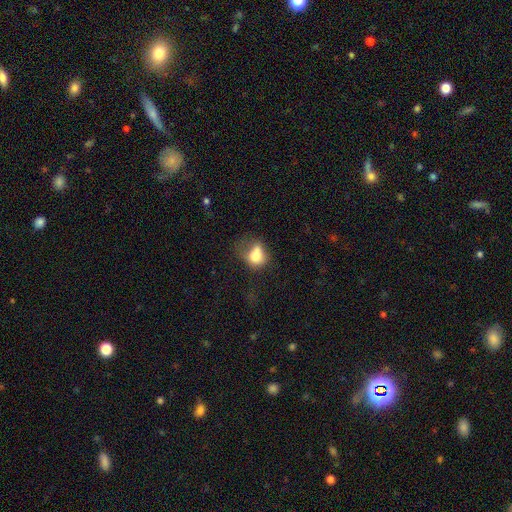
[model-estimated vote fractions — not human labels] A smooth galaxy with no disk features (71%) that is round (50%). Merging: none (27%).